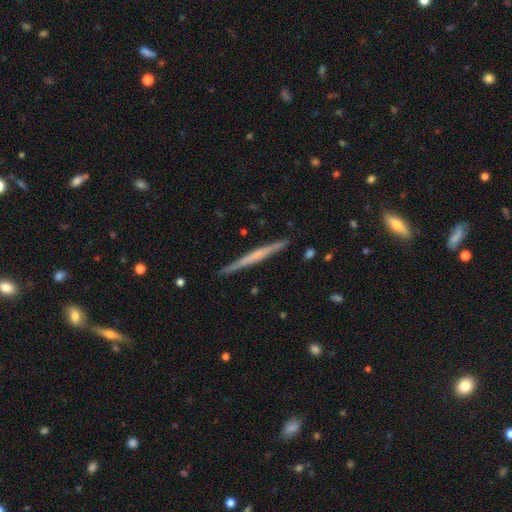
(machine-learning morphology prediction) Overall: featured or disk (58%; smooth 37%). Edge-on disk: yes (98%). Edge-on bulge: none (70%). Merging: none (90%).